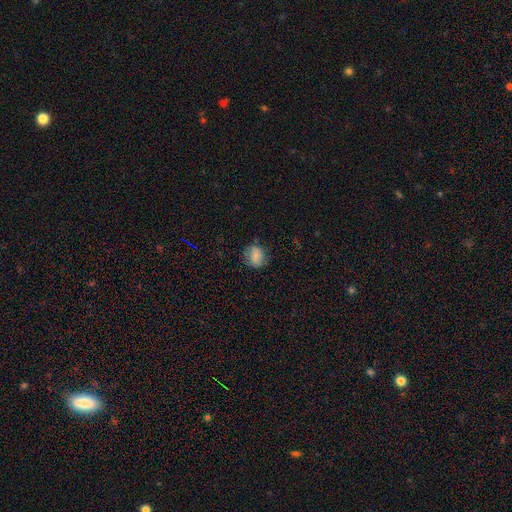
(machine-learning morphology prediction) Smooth or featured? Predicted: smooth (p=0.78). How rounded? Predicted: round (p=0.75). Merging? Predicted: none (p=0.74).